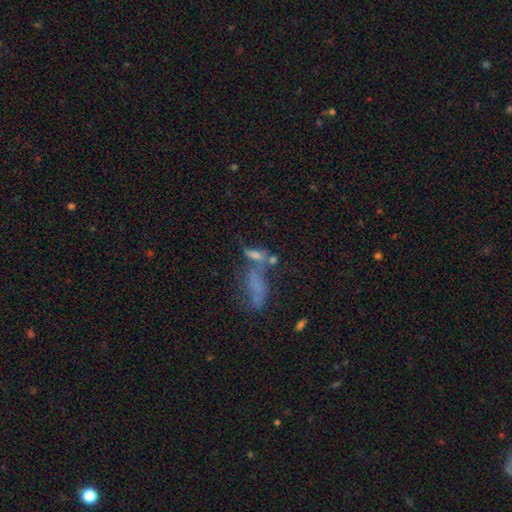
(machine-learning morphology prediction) smooth_or_featured: smooth (p=0.38) [alt: featured or disk p=0.36]
merging: merger (p=0.39) [alt: none p=0.29]